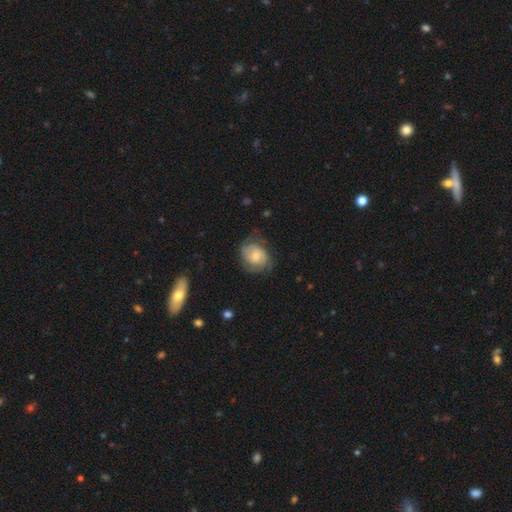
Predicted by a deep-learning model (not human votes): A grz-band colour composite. It shows a featured or disk galaxy (48%). Merging: none (55%).